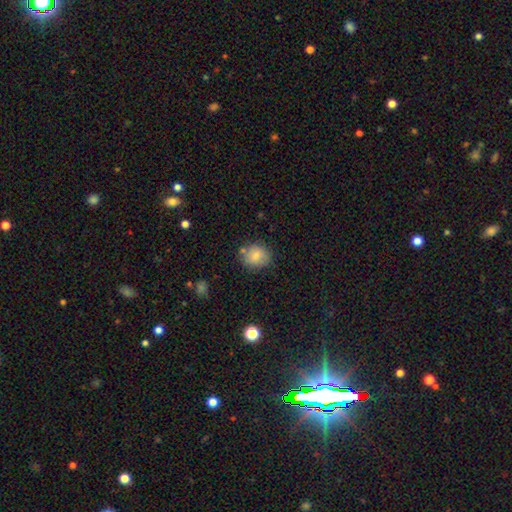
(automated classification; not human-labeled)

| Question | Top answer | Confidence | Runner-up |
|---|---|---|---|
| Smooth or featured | smooth | 80% | featured or disk (10%) |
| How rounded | round | 72% | in between (27%) |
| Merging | none | 76% | minor disturbance (14%) |